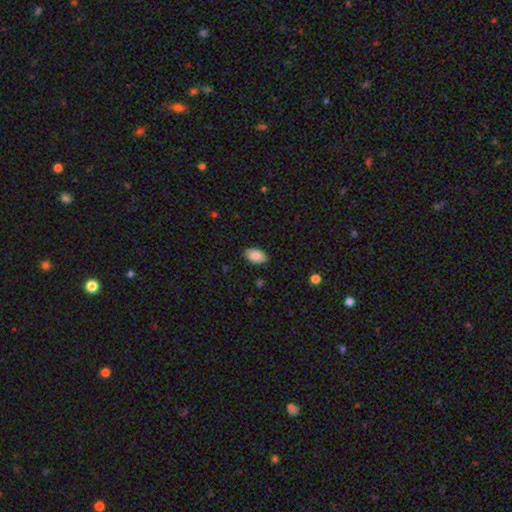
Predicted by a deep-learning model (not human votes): Morphology: type=smooth (86%); roundness=in between (94%); merging=none (87%).